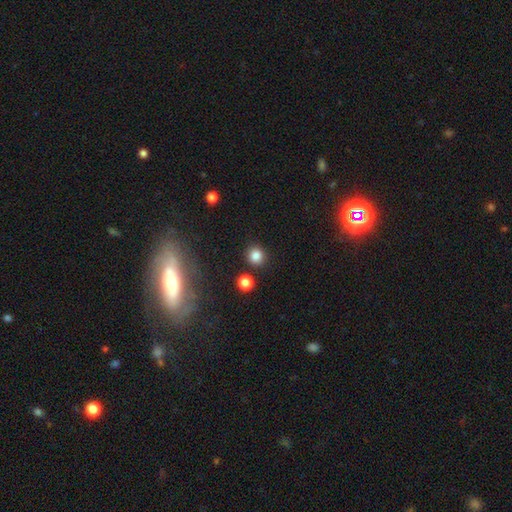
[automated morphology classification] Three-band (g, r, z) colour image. It shows a smooth galaxy with no disk features (83%) that is round (89%). Merging: none (86%).